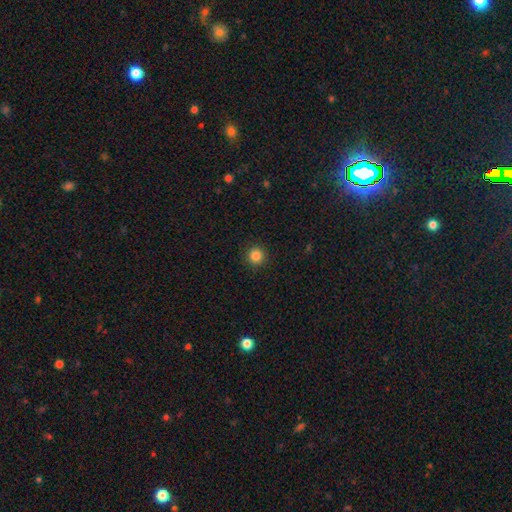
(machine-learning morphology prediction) smooth 85%, star or artifact 11%, featured or disk 3%. Down the decision tree: how rounded — round (95%); merging — none (92%).